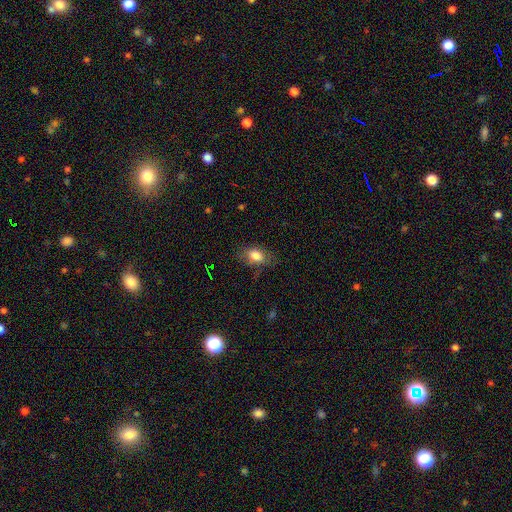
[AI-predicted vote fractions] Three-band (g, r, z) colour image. It shows a smooth galaxy with no disk features (81%) that is in between round and cigar-shaped (84%). Merging: none (66%).